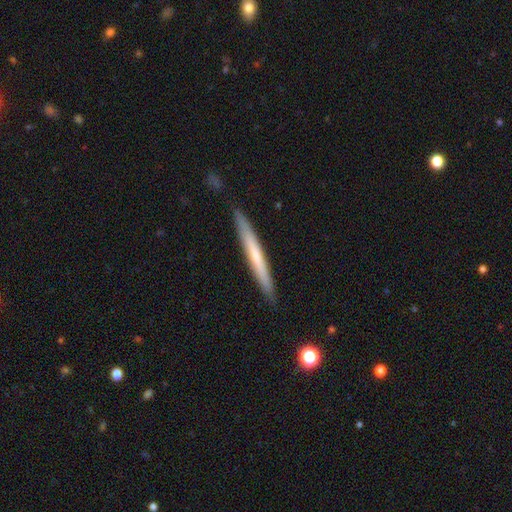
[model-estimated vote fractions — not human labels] A smooth galaxy with no disk features (54%) that is cigar-shaped (97%).

Vote fractions:
- Smooth or featured? smooth: 54% / featured or disk: 41% / star or artifact: 6%
- How rounded? cigar-shaped: 97% / in between: 2% / round: 1%
- Merging? none: 90% / minor disturbance: 8% / major disturbance: 1% / merger: 1%